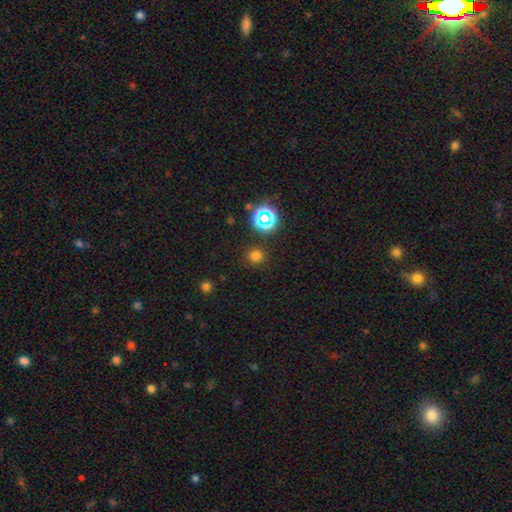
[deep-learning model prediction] This is likely a smooth galaxy (71%). How rounded: clearly round (91%). Merging: clearly none (88%).